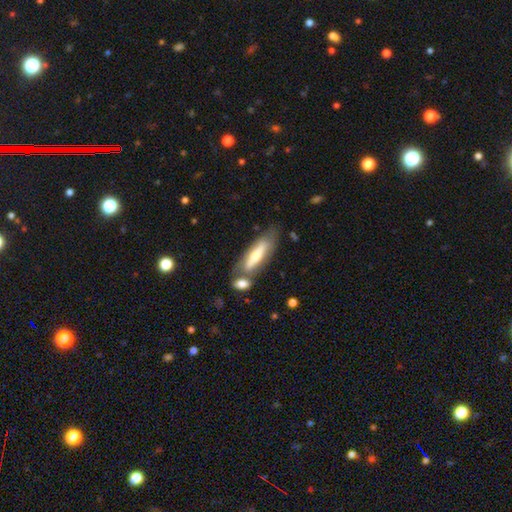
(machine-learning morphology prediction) This appears to be a smooth galaxy with no disk features (47%, tied with featured or disk). Merging: none (55%).